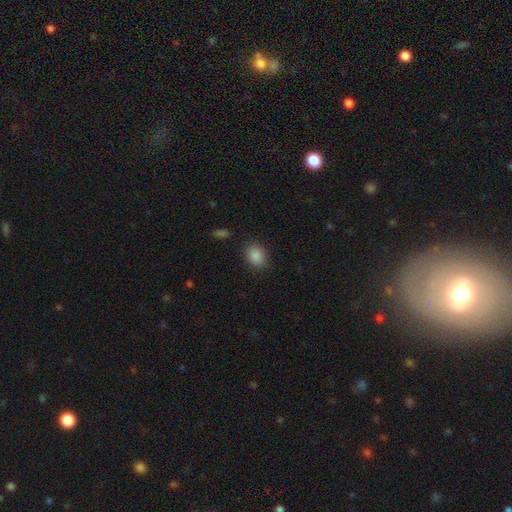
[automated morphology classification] Smooth or featured? smooth (87%)
How rounded? in between (59%)
Merging? none (86%)